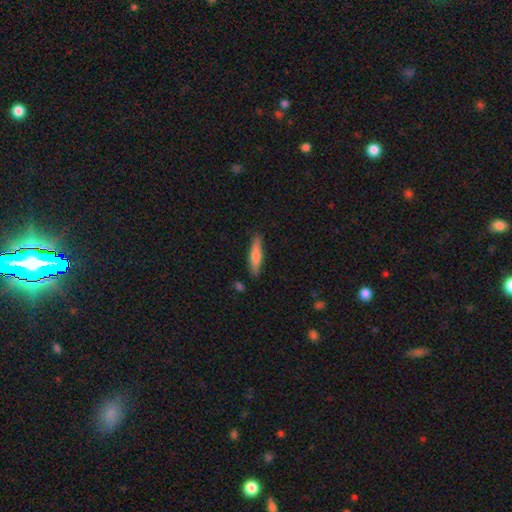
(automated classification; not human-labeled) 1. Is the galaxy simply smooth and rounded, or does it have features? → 70% smooth, 24% featured or disk, 6% star or artifact.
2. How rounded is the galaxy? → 86% cigar-shaped, 13% in between, 1% round.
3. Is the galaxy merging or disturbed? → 87% none, 9% minor disturbance, 2% major disturbance, 2% merger.